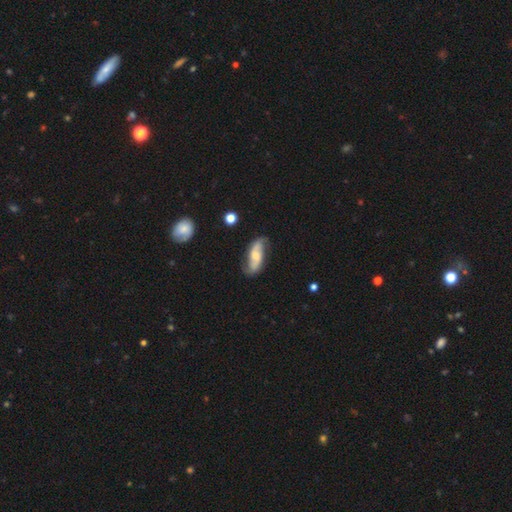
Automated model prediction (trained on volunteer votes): Smooth or featured? Predicted: featured or disk (p=0.69). Edge-on disk? Predicted: no (p=0.92). Bar? Predicted: no (p=0.46). Spiral arms? Predicted: yes (p=0.93). Spiral winding? Predicted: loose (p=0.60). Spiral arm count? Predicted: 2 (p=0.89). Bulge size? Predicted: moderate (p=0.38, tied with small). Merging? Predicted: none (p=0.70).